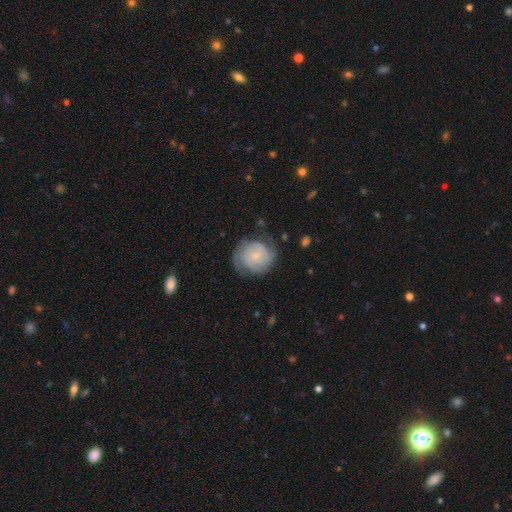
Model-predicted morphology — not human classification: A featured or disk galaxy (61%) with no bar (78%), tight (61%) spiral arms (89%) and a small central bulge (78%).

Vote fractions:
- Smooth or featured? featured or disk: 61% / smooth: 32% / star or artifact: 7%
- Edge-on disk? no: 98% / yes: 2%
- Bar? no: 78% / weak: 19% / strong: 3%
- Spiral arms? yes: 89% / no: 11%
- Spiral winding? tight: 61% / medium: 29% / loose: 9%
- Spiral arm count? can't tell: 36% / 2: 27% / 3: 19% / 4: 8% / 1: 5% / more than 4: 5%
- Bulge size? small: 78% / moderate: 13% / none: 6% / large: 1% / dominant: 1%
- Merging? none: 67% / minor disturbance: 22% / major disturbance: 9% / merger: 1%